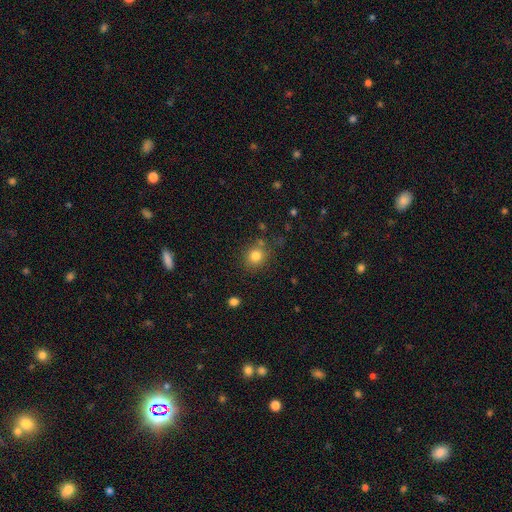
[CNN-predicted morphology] Smooth or featured?
  - smooth: 82% *
  - star or artifact: 12%
  - featured or disk: 7%
How rounded?
  - round: 82% *
  - in between: 17%
  - cigar-shaped: 1%
Merging?
  - none: 78% *
  - minor disturbance: 12%
  - merger: 6%
  - major disturbance: 4%